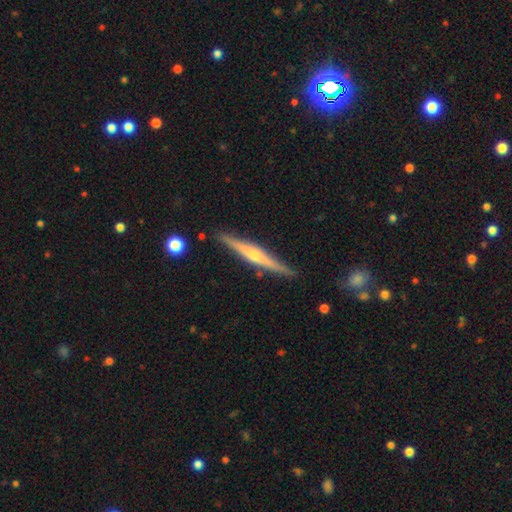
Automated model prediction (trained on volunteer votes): Smooth or featured? Predicted: featured or disk (p=0.66). Edge-on disk? Predicted: yes (p=0.97). Edge-on bulge? Predicted: rounded (p=0.68). Merging? Predicted: none (p=0.88).